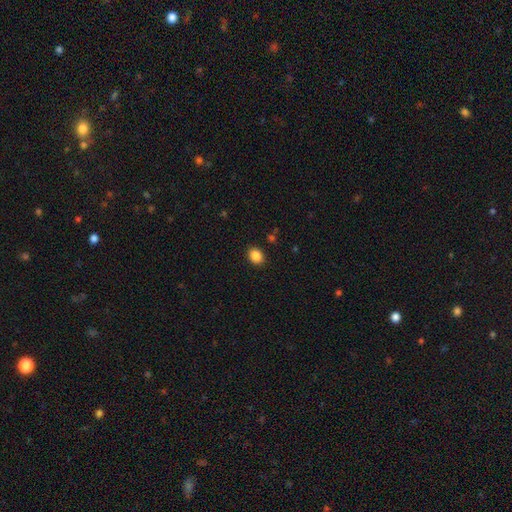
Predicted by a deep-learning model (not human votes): smooth-or-featured: smooth: 87% | star or artifact: 9% | featured or disk: 4%
  how-rounded: in between: 55% | round: 44% | cigar-shaped: 1%
  merging: none: 89% | minor disturbance: 7% | major disturbance: 2% | merger: 1%